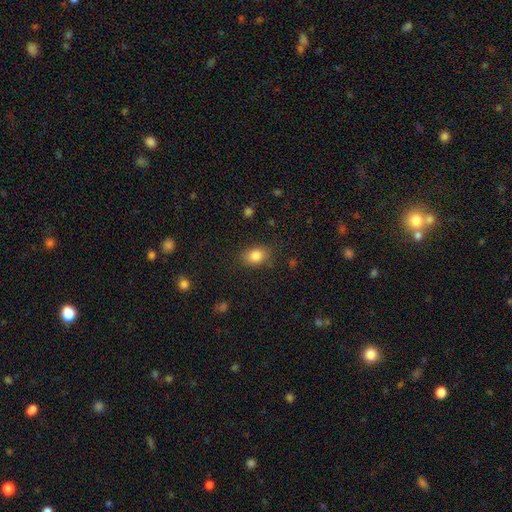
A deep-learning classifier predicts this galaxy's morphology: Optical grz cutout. It shows a smooth galaxy with no disk features (84%) that is in between round and cigar-shaped (68%). Merging: none (80%).